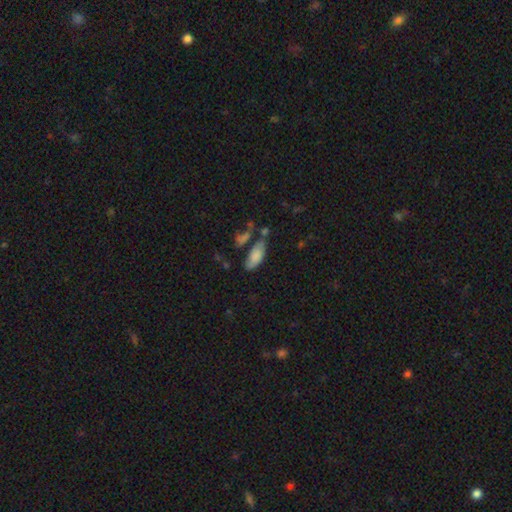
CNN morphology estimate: This appears to be a smooth galaxy with no disk features (79%) that is in between round and cigar-shaped (81%). Merging: none (53%).